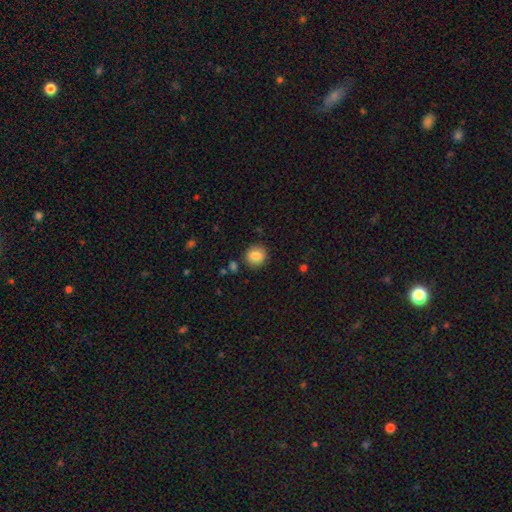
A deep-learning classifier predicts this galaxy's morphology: Smooth or featured?
  - smooth: 85% *
  - star or artifact: 9%
  - featured or disk: 6%
How rounded?
  - round: 88% *
  - in between: 11%
  - cigar-shaped: 1%
Merging?
  - none: 88% *
  - minor disturbance: 8%
  - major disturbance: 2%
  - merger: 2%